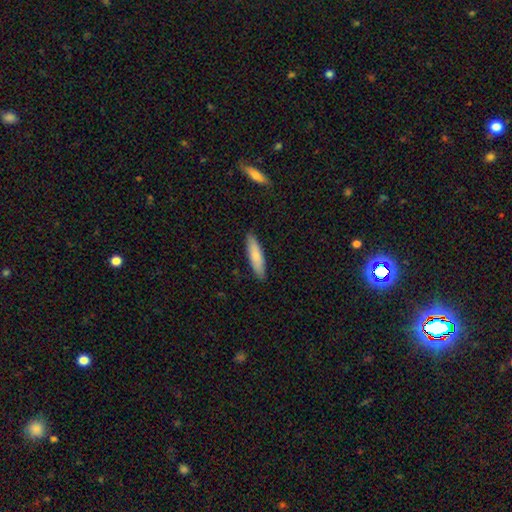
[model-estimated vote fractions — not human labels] Morphology: type=smooth (80%); roundness=cigar-shaped (74%); merging=none (89%).